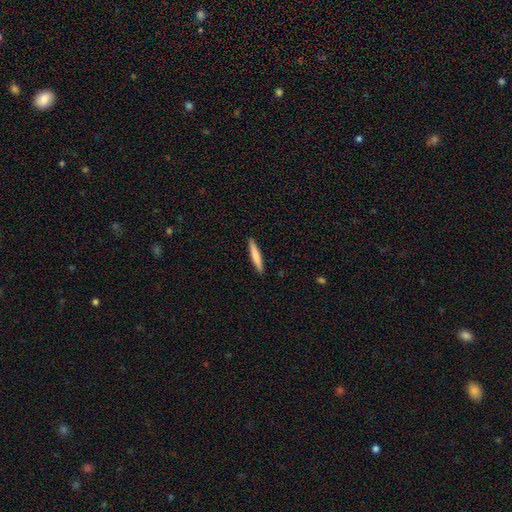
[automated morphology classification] Smooth or featured: smooth — 73% (featured or disk — 22%)
How rounded: cigar-shaped — 94% (in between — 5%)
Merging: none — 91% (minor disturbance — 6%)